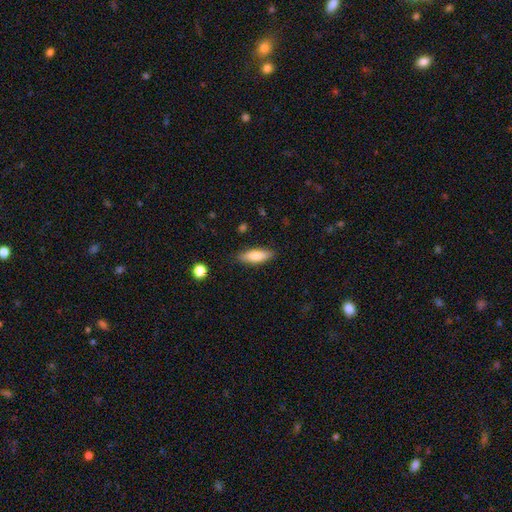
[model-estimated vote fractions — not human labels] This is likely a smooth galaxy (77%). How rounded: possibly in between (56%). Merging: clearly none (86%).